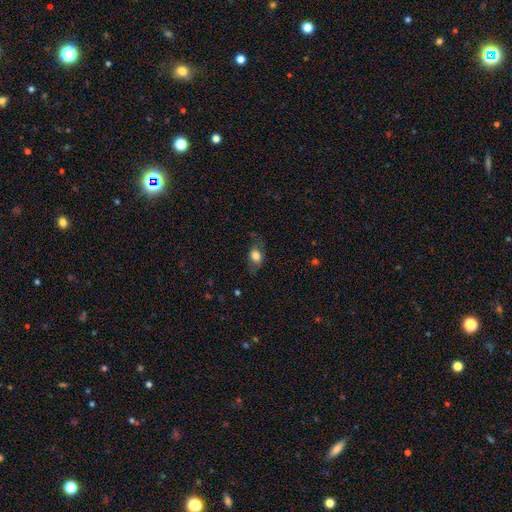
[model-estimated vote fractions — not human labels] Smooth or featured: smooth — 69% (featured or disk — 22%)
How rounded: in between — 71% (round — 25%)
Merging: none — 63% (minor disturbance — 23%)